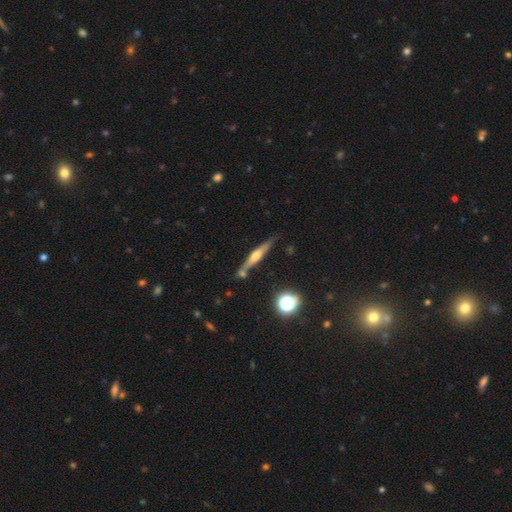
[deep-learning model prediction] Morphology: type=featured or disk (63%); edge-on=yes (96%); edge-on bulge=rounded (80%); merging=none (75%).